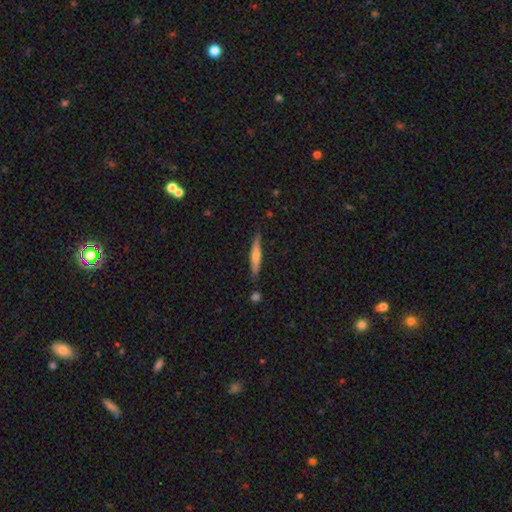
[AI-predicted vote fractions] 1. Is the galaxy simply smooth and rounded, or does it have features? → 55% smooth, 39% featured or disk, 6% star or artifact.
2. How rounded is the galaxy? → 93% cigar-shaped, 6% in between, 1% round.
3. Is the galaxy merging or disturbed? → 84% none, 11% minor disturbance, 3% merger, 2% major disturbance.